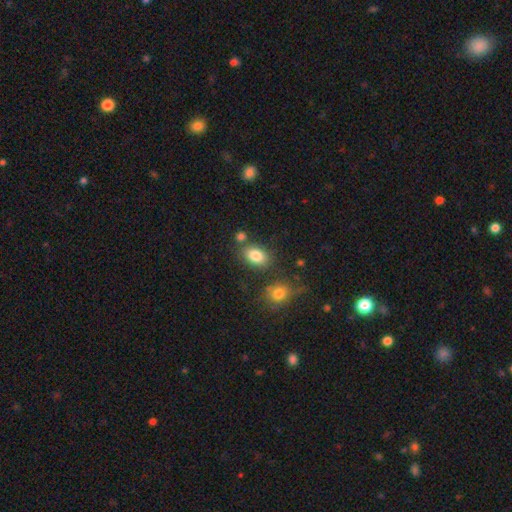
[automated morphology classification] A smooth galaxy with no disk features (84%) that is in between round and cigar-shaped (82%). Merging: none (72%).